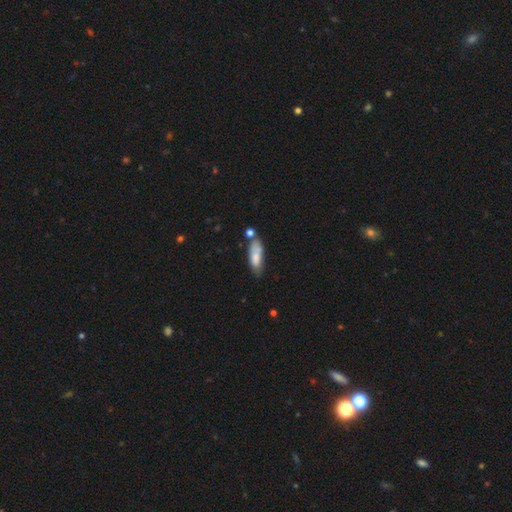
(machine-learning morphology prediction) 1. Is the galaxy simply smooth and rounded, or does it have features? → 75% smooth, 18% featured or disk, 7% star or artifact.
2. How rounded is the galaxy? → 63% in between, 35% cigar-shaped, 2% round.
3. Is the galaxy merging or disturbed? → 50% none, 26% minor disturbance, 17% merger, 8% major disturbance.